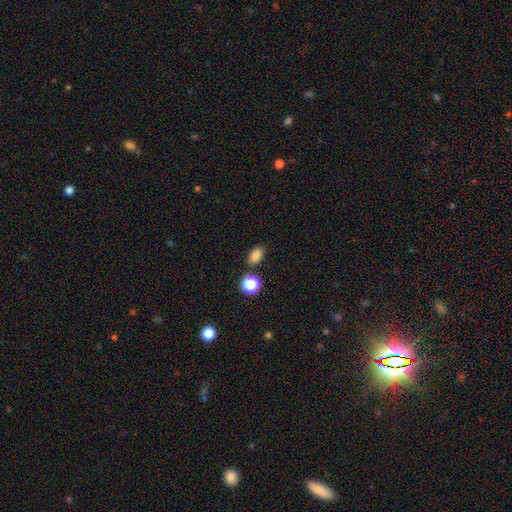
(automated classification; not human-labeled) Overall: smooth (82%). How rounded: in between (82%). Merging: none (82%).